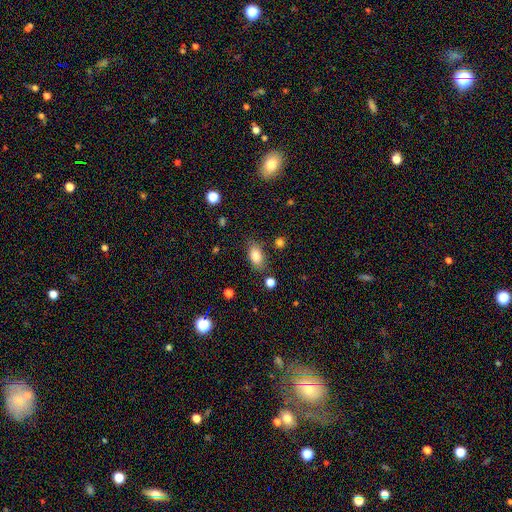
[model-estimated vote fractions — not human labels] This appears to be a smooth galaxy with no disk features (83%) that is in between round and cigar-shaped (87%). Merging: none (78%).